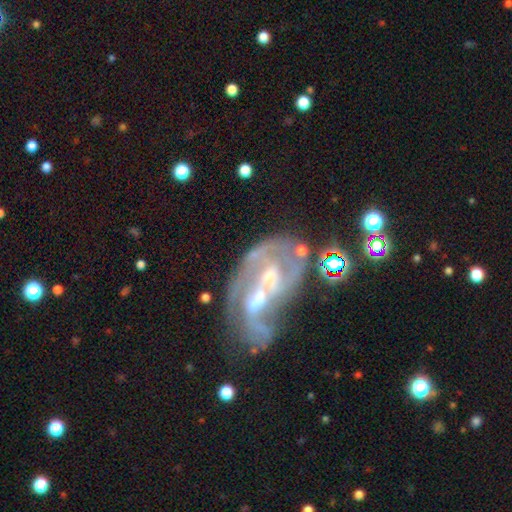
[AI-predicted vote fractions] Smooth or featured? featured or disk (73%)
Edge-on disk? no (96%)
Bar? no (41%)
Spiral arms? yes (69%)
Bulge size? small (40%)
Merging? merger (45%)